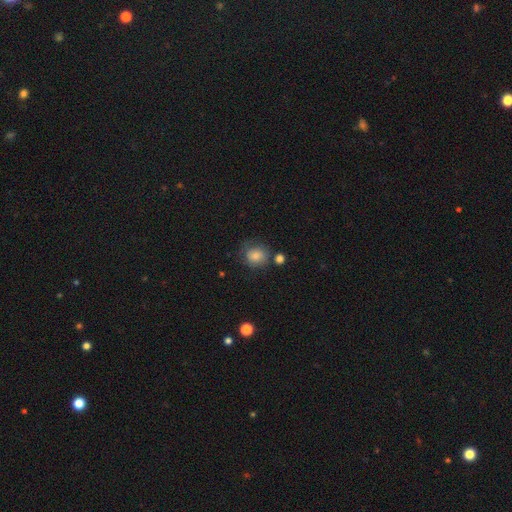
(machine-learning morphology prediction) smooth_or_featured: smooth (p=0.80) [alt: featured or disk p=0.10]
how_rounded: round (p=0.72) [alt: in between p=0.27]
merging: none (p=0.61) [alt: minor disturbance p=0.22]